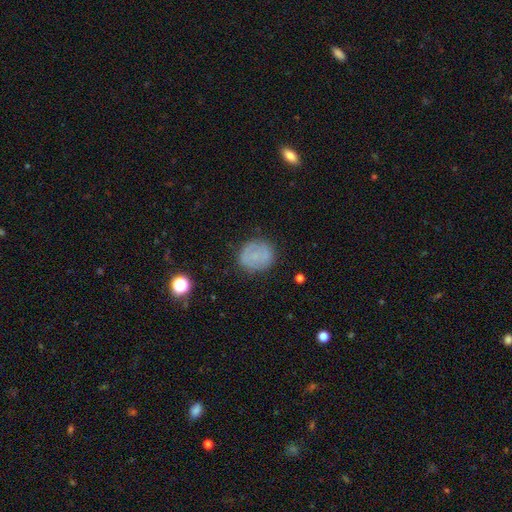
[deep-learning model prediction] smooth 63%, featured or disk 26%, star or artifact 11%. Down the decision tree: how rounded — round (79%); merging — none (80%).